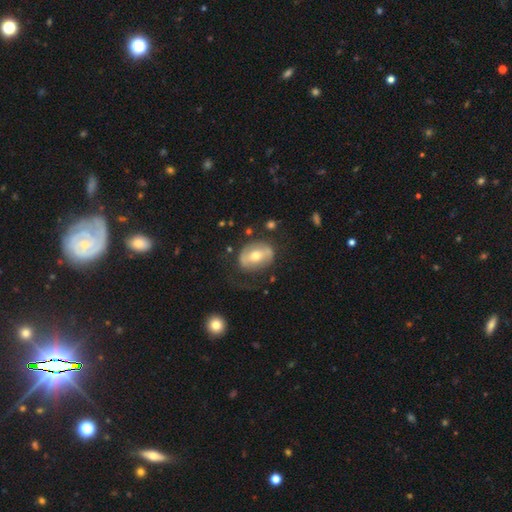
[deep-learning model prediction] Morphology: type=featured or disk (58%); edge-on=no (93%); bar=strong (37%); spiral arms=no (55%); bulge=moderate (71%); merging=none (62%).